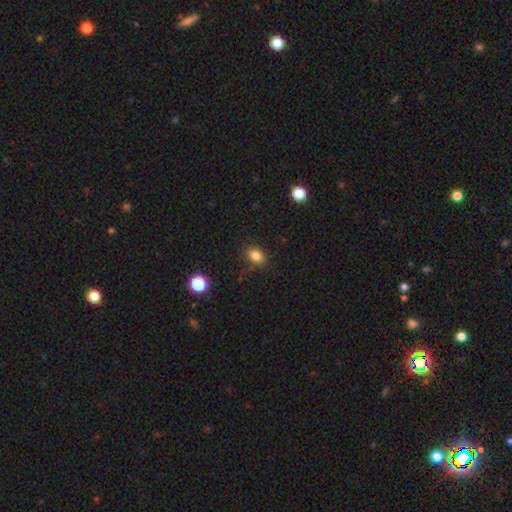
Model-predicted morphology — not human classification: The model was most divided on "how rounded": in between: 70%, round: 29%, cigar-shaped: 1%. More confident: smooth or featured — smooth (83%); merging — none (83%).